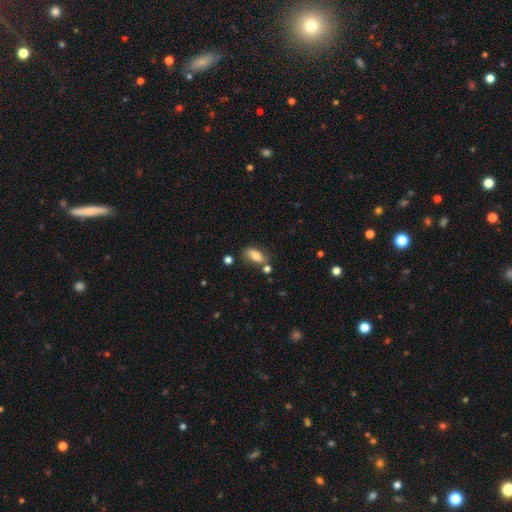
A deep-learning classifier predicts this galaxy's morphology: Smooth or featured: smooth — 76% (featured or disk — 16%)
How rounded: in between — 84% (cigar-shaped — 11%)
Merging: none — 63% (minor disturbance — 19%)